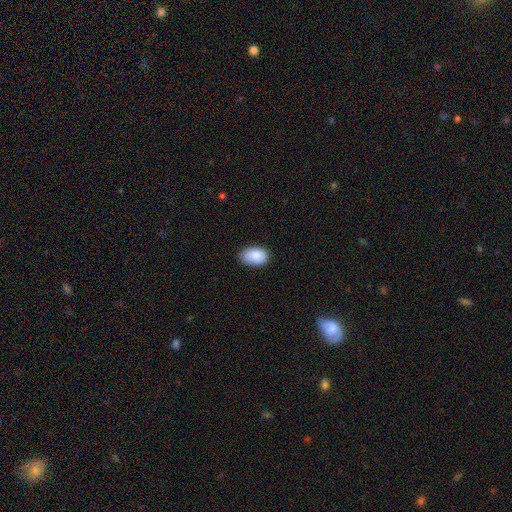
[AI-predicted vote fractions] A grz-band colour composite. It shows a smooth galaxy with no disk features (88%) that is in between round and cigar-shaped (89%). Merging: none (76%).